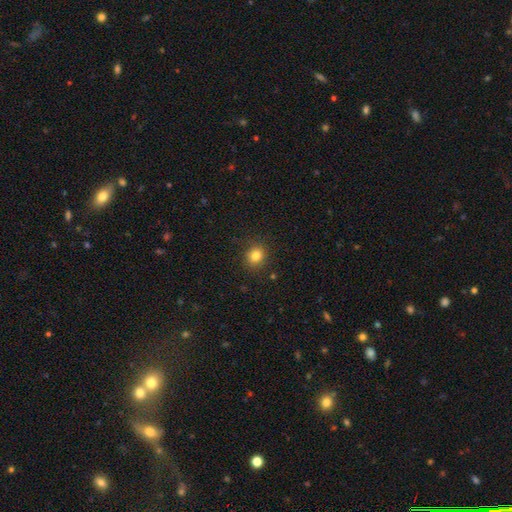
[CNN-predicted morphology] Overall: smooth (82%). How rounded: round (82%). Merging: none (89%).